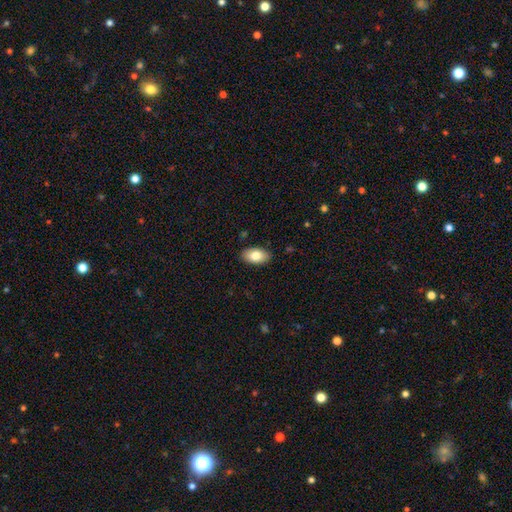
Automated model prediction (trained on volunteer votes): A smooth galaxy with no disk features (81%) that is in between round and cigar-shaped (94%). Merging: none (88%).